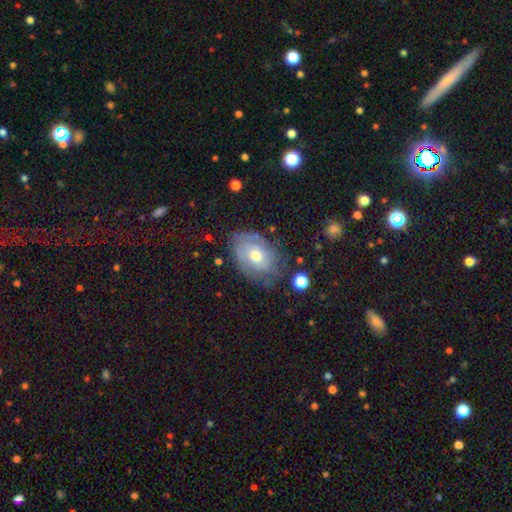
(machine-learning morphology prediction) type=smooth (46%); merging=none (66%).